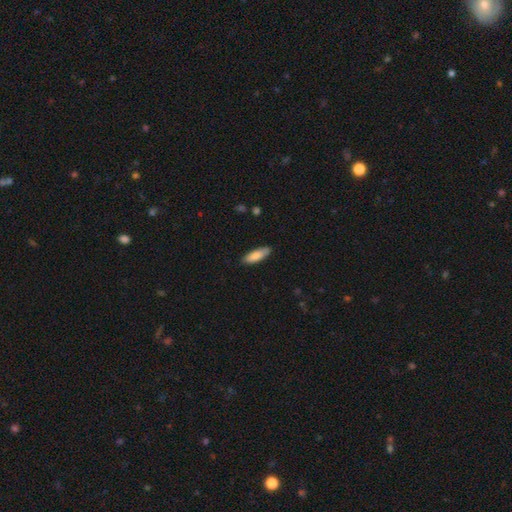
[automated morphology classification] A smooth galaxy with no disk features (83%) that is in between round and cigar-shaped (59%).

Vote fractions:
- Smooth or featured? smooth: 83% / featured or disk: 12% / star or artifact: 5%
- How rounded? in between: 59% / cigar-shaped: 39% / round: 2%
- Merging? none: 84% / minor disturbance: 12% / major disturbance: 2% / merger: 1%